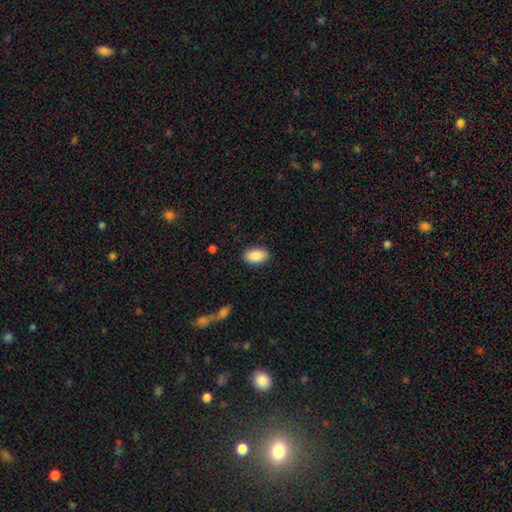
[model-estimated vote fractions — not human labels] This appears to be a smooth galaxy with no disk features (90%) that is in between round and cigar-shaped (94%). Merging: none (88%).